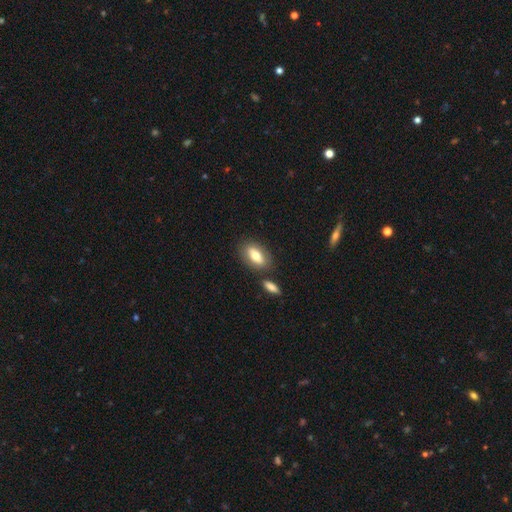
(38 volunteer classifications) Smooth or featured: smooth — 68% (featured or disk — 24%)
How rounded: in between — 85% (cigar-shaped — 15%)
Merging: none — 69% (merger — 17%)